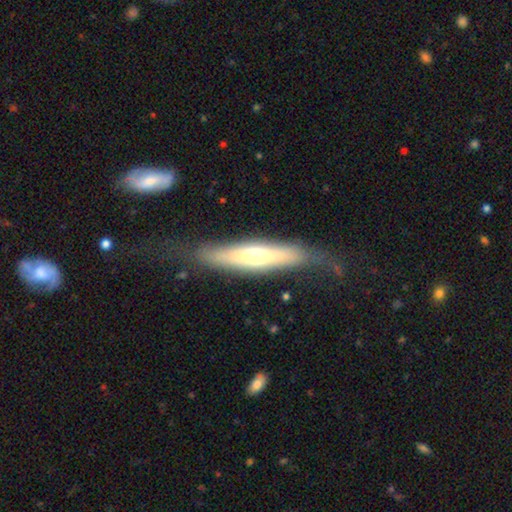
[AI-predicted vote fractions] smooth-or-featured: featured or disk: 50% | smooth: 44% | star or artifact: 6%
  disk-edge-on: yes: 76% | no: 24%
  merging: none: 65% | minor disturbance: 20% | major disturbance: 12% | merger: 3%